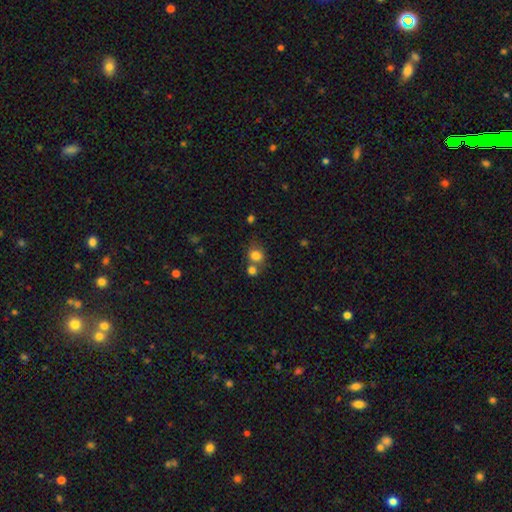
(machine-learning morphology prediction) Q: Smooth or featured?
A: smooth (80%); runner-up: star or artifact (11%)
Q: How rounded?
A: round (62%); runner-up: in between (37%)
Q: Merging?
A: none (50%); runner-up: merger (33%)